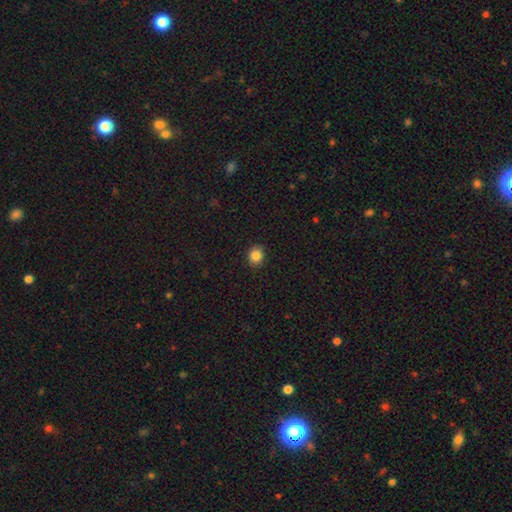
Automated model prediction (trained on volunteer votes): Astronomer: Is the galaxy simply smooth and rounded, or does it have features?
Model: smooth — 86%.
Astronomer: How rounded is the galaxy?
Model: round — 75%.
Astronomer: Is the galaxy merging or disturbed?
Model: none — 91%.